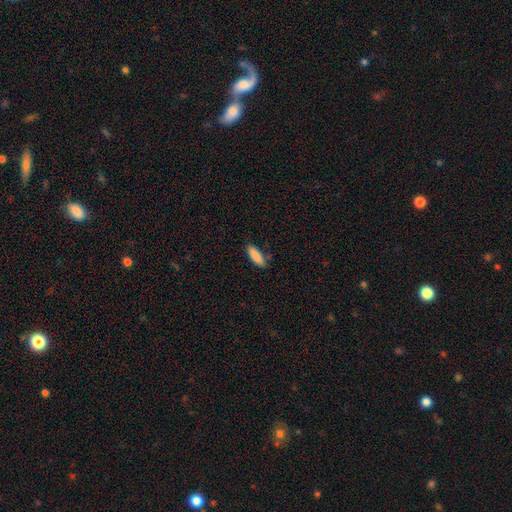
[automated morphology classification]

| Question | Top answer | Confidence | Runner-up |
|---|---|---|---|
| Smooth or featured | smooth | 87% | featured or disk (6%) |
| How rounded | in between | 58% | cigar-shaped (40%) |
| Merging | none | 77% | minor disturbance (17%) |